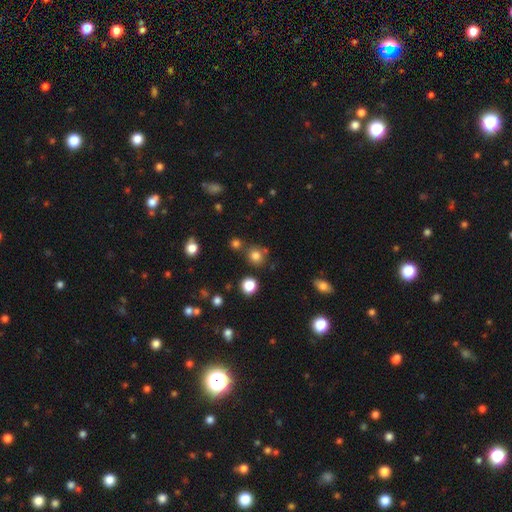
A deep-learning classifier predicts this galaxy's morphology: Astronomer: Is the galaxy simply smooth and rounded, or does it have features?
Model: smooth — 78%.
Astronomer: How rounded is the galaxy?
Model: round — 87%.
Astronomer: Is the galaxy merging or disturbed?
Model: none — 76%.